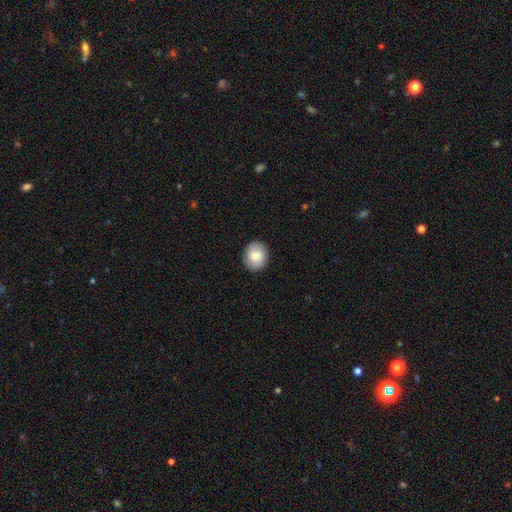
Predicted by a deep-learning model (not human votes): Smooth or featured? smooth (79%)
How rounded? round (60%)
Merging? none (89%)